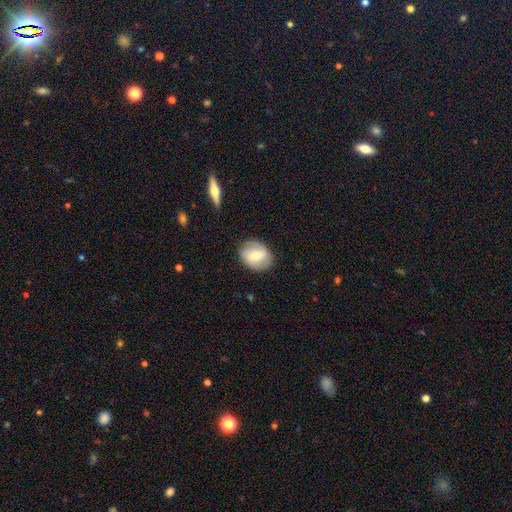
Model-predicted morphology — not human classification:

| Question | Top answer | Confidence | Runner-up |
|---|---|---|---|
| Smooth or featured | smooth | 56% | featured or disk (36%) |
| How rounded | round | 52% | in between (47%) |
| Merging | none | 81% | minor disturbance (14%) |